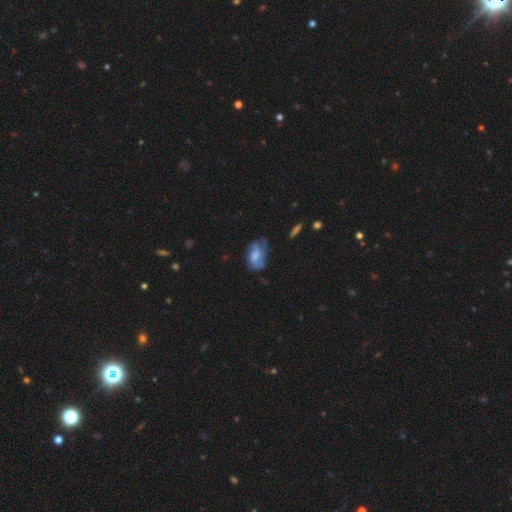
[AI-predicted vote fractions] The model was most divided on "smooth or featured": featured or disk: 52%, smooth: 40%, star or artifact: 7%. Remaining: edge-on disk — no (94%); merging — none (48%).